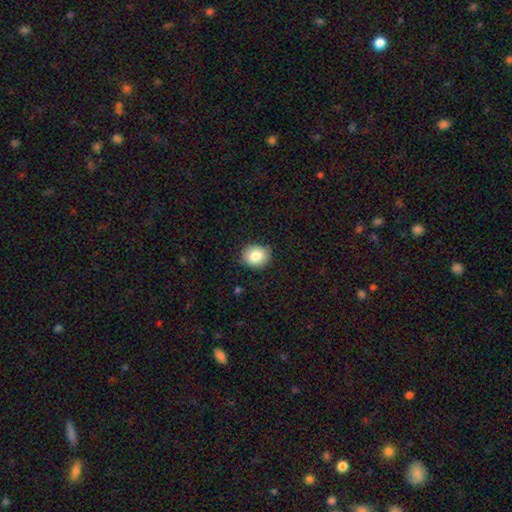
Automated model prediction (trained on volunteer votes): Q: Smooth or featured?
A: smooth (83%); runner-up: star or artifact (9%)
Q: How rounded?
A: round (67%); runner-up: in between (32%)
Q: Merging?
A: none (87%); runner-up: minor disturbance (10%)